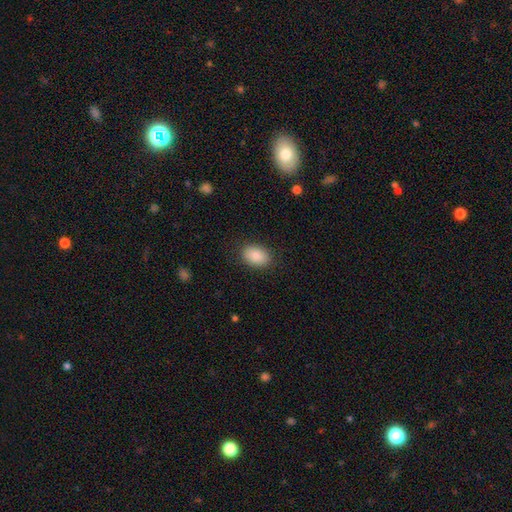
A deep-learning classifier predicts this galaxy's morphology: Smooth or featured? Predicted: smooth (p=0.88). How rounded? Predicted: in between (p=0.86). Merging? Predicted: none (p=0.87).